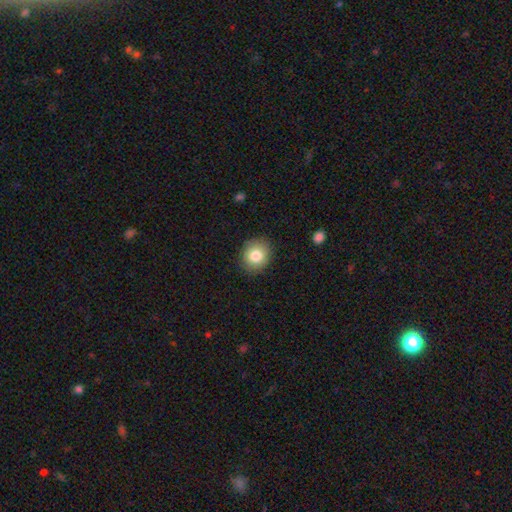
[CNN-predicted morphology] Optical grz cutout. It shows a smooth galaxy with no disk features (83%) that is round (76%). Merging: none (88%).